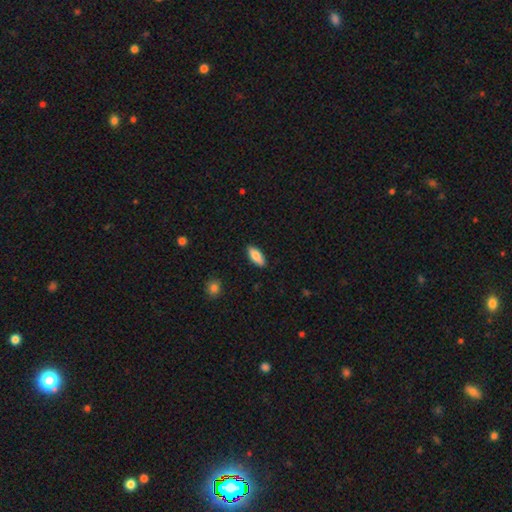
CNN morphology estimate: Smooth or featured? Predicted: smooth (p=0.79). How rounded? Predicted: in between (p=0.77). Merging? Predicted: none (p=0.89).